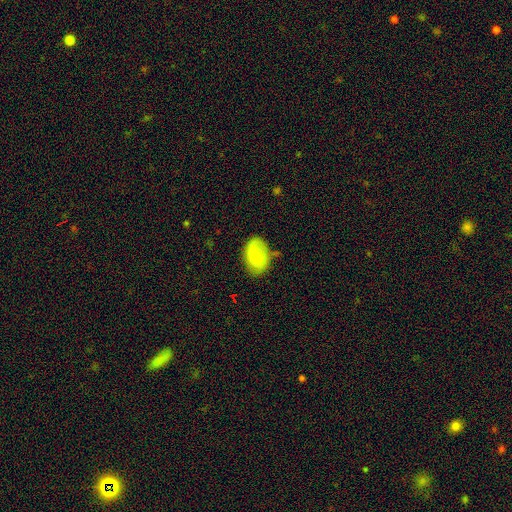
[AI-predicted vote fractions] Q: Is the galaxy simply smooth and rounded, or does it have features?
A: smooth — 53%.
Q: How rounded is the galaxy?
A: in between — 84%.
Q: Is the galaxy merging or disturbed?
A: none — 54%.